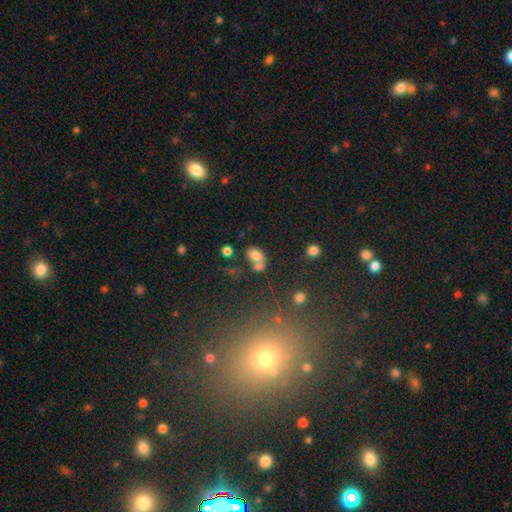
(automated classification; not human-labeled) smooth 77%, featured or disk 12%, star or artifact 12%. Down the decision tree: how rounded — in between (63%); merging — merger (43%).